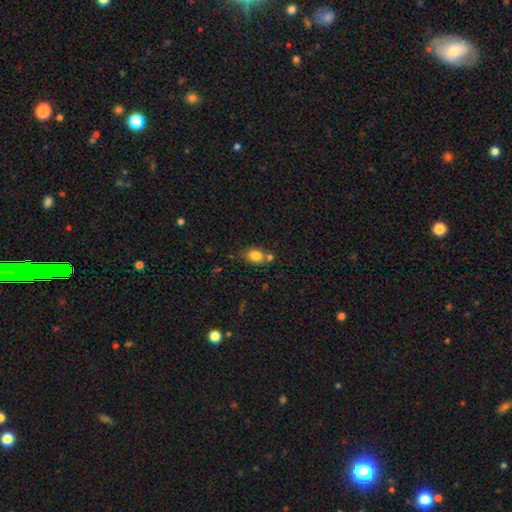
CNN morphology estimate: Smooth or featured? Predicted: smooth (p=0.82). How rounded? Predicted: in between (p=0.51). Merging? Predicted: none (p=0.60).